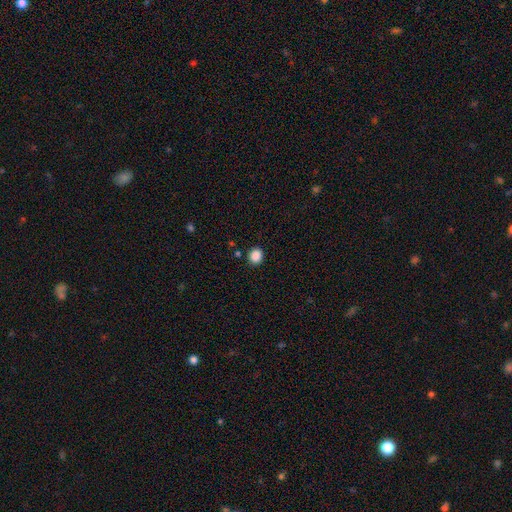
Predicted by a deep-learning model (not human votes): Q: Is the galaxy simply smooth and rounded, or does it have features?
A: smooth — 87%.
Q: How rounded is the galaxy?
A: round — 74%.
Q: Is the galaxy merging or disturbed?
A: none — 88%.